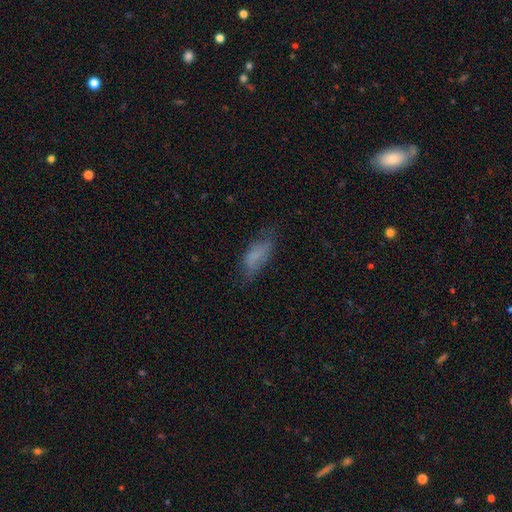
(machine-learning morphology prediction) smooth_or_featured: smooth (p=0.70) [alt: featured or disk p=0.19]
how_rounded: in between (p=0.75) [alt: cigar-shaped p=0.22]
merging: none (p=0.56) [alt: minor disturbance p=0.28]